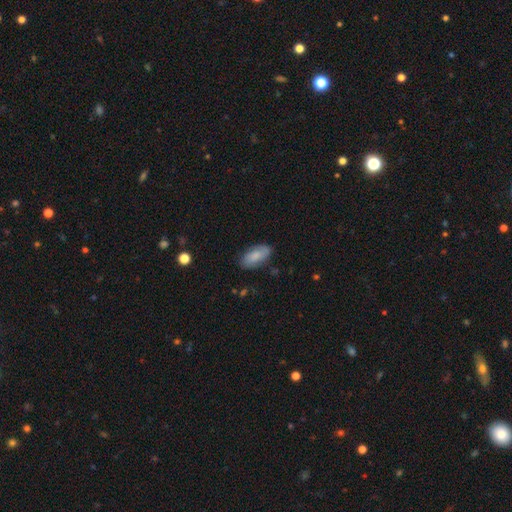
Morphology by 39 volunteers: A smooth galaxy with no disk features (49%, tied with featured or disk) that is in between round and cigar-shaped (95%).

Vote fractions:
- Smooth or featured? smooth: 49% (tied) / featured or disk: 49% (tied) / star or artifact: 3%
- How rounded? in between: 95% / round: 5% / cigar-shaped: 0%
- Merging? none: 87% / minor disturbance: 13% / major disturbance: 0% / merger: 0%